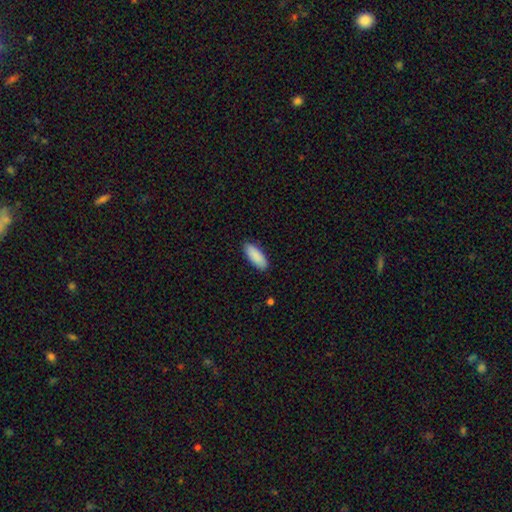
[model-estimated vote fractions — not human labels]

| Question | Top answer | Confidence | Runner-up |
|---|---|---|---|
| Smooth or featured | smooth | 90% | star or artifact (5%) |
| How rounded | in between | 77% | cigar-shaped (22%) |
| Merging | none | 89% | minor disturbance (8%) |